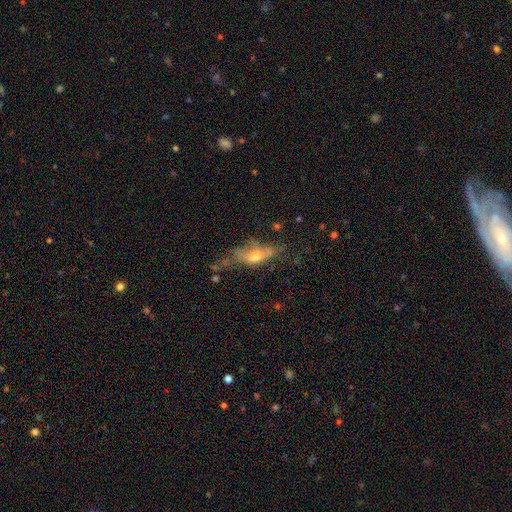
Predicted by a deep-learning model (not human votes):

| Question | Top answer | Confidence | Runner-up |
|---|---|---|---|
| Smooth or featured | featured or disk | 48% | smooth (38%) |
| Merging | none | 34% | major disturbance (32%) |